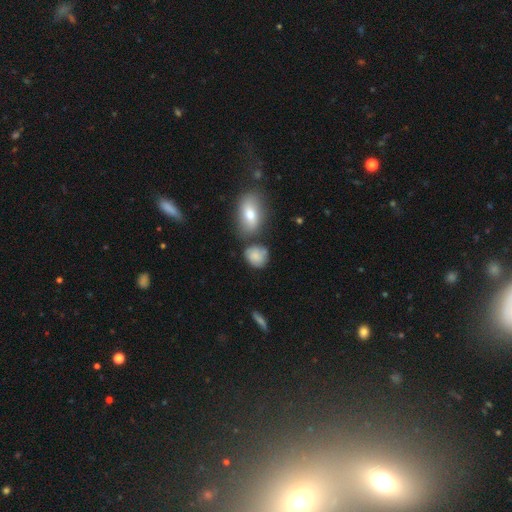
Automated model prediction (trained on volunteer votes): Overall: smooth (75%). How rounded: round (62%; in between 36%). Merging: none (56%; minor disturbance 21%).